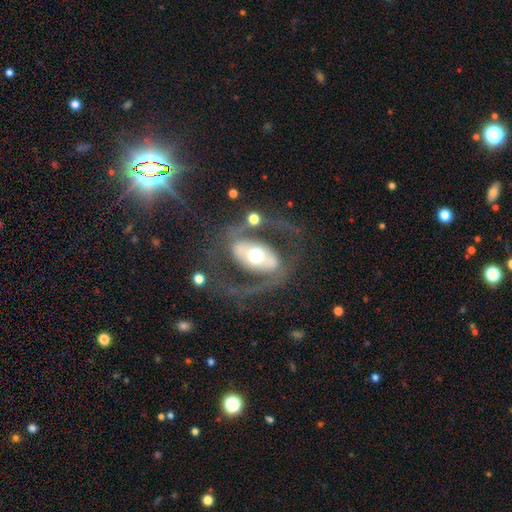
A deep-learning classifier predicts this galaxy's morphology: The model was most divided on "bar": no: 40%, strong: 37%, weak: 23%. Remaining: edge-on disk — no (93%); spiral arm count — 2 (89%); smooth or featured — featured or disk (78%); spiral arms — yes (73%); bulge size — moderate (62%); merging — none (62%); spiral winding — medium (44%).